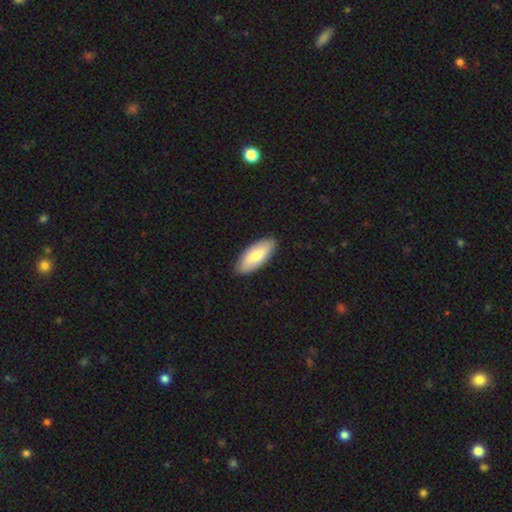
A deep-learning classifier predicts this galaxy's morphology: The model was most divided on "smooth or featured": smooth: 72%, featured or disk: 23%, star or artifact: 5%. More confident: merging — none (87%); how rounded — in between (83%).